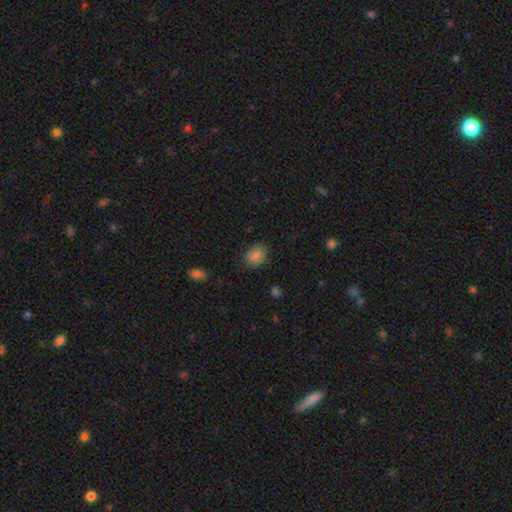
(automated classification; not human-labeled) Smooth or featured: smooth — 83% (star or artifact — 9%)
How rounded: round — 50% (tied with in between — 50%)
Merging: none — 80% (minor disturbance — 15%)